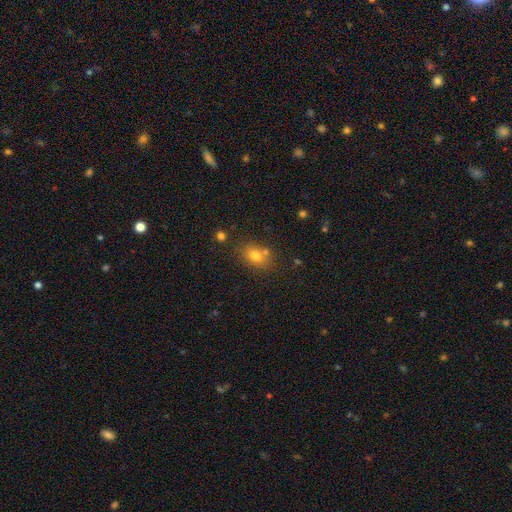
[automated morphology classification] A smooth galaxy with no disk features (75%) that is in between round and cigar-shaped (64%).

Vote fractions:
- Smooth or featured? smooth: 75% / star or artifact: 14% / featured or disk: 11%
- How rounded? in between: 64% / round: 34% / cigar-shaped: 2%
- Merging? none: 67% / merger: 15% / minor disturbance: 14% / major disturbance: 4%